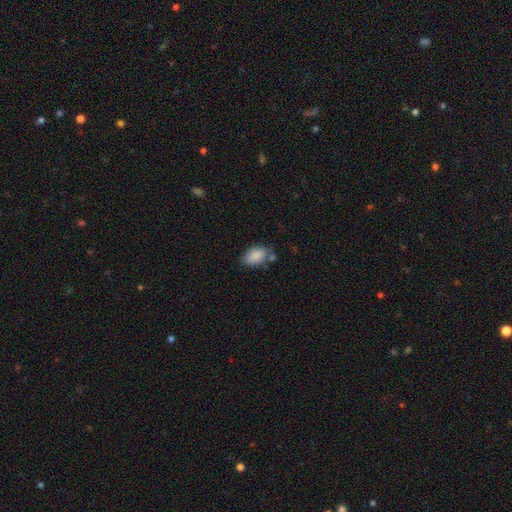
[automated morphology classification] Smooth or featured?
  - smooth: 87% *
  - star or artifact: 7%
  - featured or disk: 6%
How rounded?
  - in between: 89% *
  - round: 9%
  - cigar-shaped: 1%
Merging?
  - none: 65% *
  - minor disturbance: 19%
  - merger: 11%
  - major disturbance: 5%